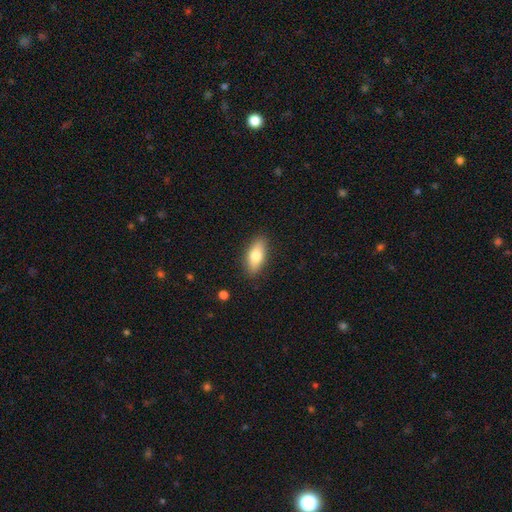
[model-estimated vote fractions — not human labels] A smooth galaxy with no disk features (74%) that is in between round and cigar-shaped (79%). Merging: none (87%).